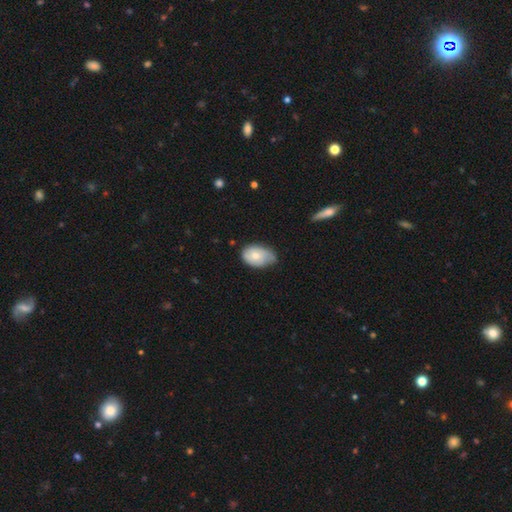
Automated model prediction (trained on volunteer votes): Smooth or featured?
  - smooth: 66% *
  - featured or disk: 28%
  - star or artifact: 6%
How rounded?
  - in between: 86% *
  - round: 12%
  - cigar-shaped: 1%
Merging?
  - minor disturbance: 47% *
  - none: 40%
  - major disturbance: 10%
  - merger: 2%